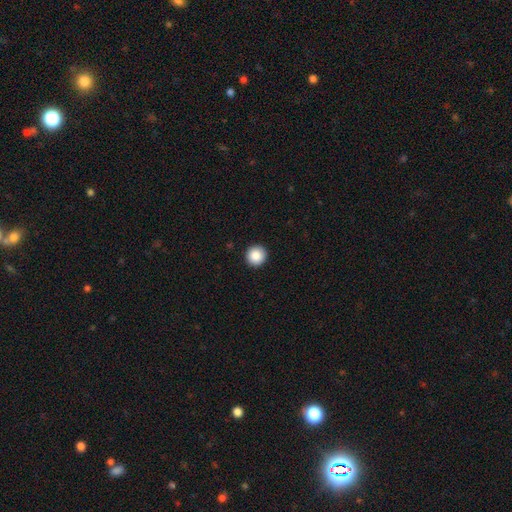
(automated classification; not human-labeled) This is clearly a smooth galaxy (88%). How rounded: clearly round (96%). Merging: clearly none (93%).